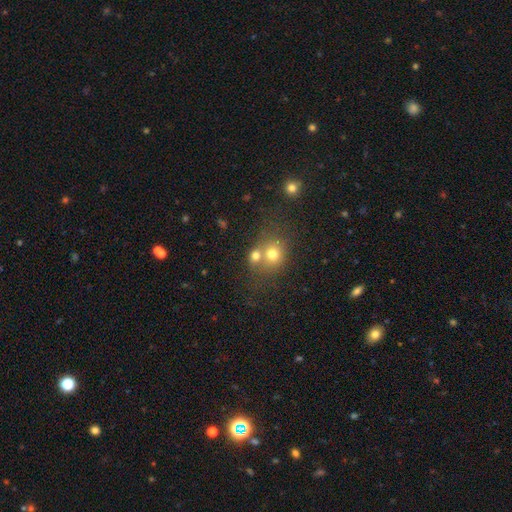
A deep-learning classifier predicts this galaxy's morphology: A smooth galaxy with no disk features (71%) that is round (67%). Merging: merger (51%).